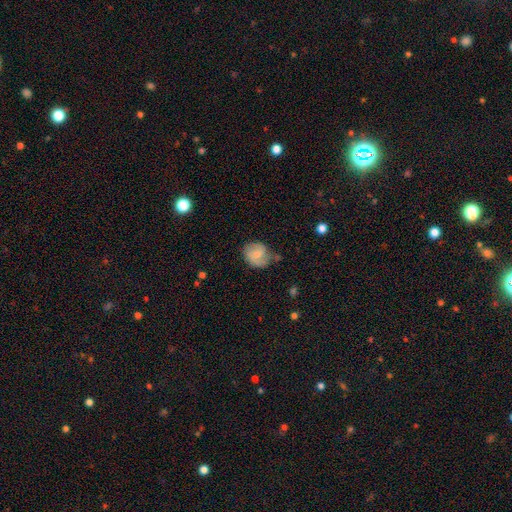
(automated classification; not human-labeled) Smooth or featured? Predicted: smooth (p=0.48). Merging? Predicted: none (p=0.57).